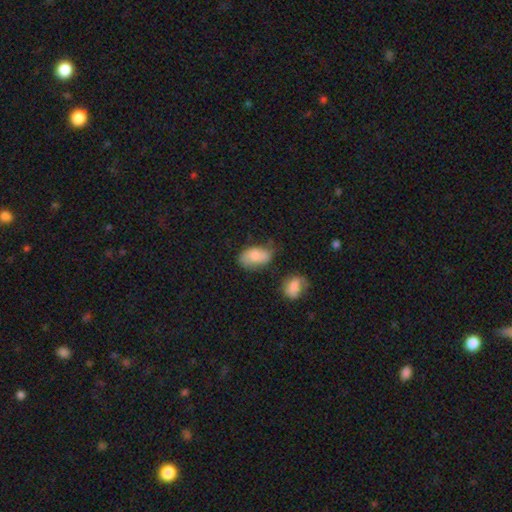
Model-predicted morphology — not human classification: Smooth or featured?
  - smooth: 75% *
  - featured or disk: 18%
  - star or artifact: 7%
How rounded?
  - in between: 91% *
  - round: 7%
  - cigar-shaped: 2%
Merging?
  - none: 50% *
  - minor disturbance: 31%
  - major disturbance: 10%
  - merger: 9%